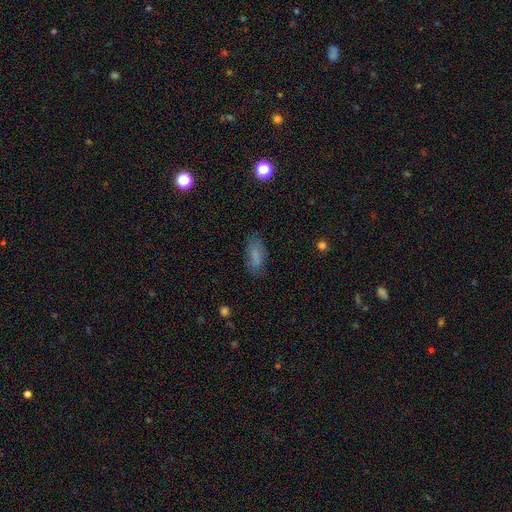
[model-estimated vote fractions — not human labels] A smooth galaxy with no disk features (74%) that is in between round and cigar-shaped (82%).

Vote fractions:
- Smooth or featured? smooth: 74% / featured or disk: 15% / star or artifact: 11%
- How rounded? in between: 82% / cigar-shaped: 14% / round: 3%
- Merging? none: 74% / minor disturbance: 18% / major disturbance: 6% / merger: 2%